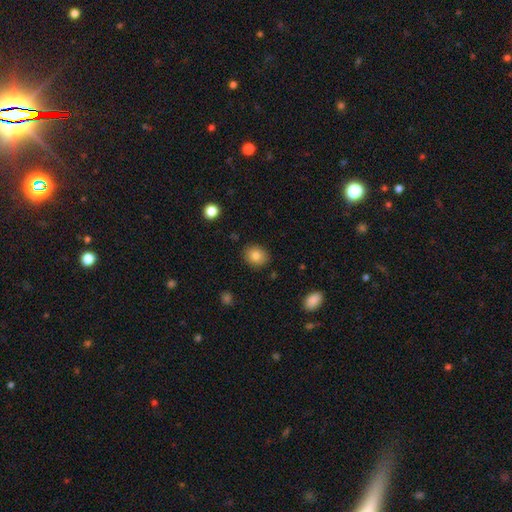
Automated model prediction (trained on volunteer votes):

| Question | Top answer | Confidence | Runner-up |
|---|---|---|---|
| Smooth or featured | smooth | 82% | star or artifact (10%) |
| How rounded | round | 61% | in between (38%) |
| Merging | none | 88% | minor disturbance (9%) |